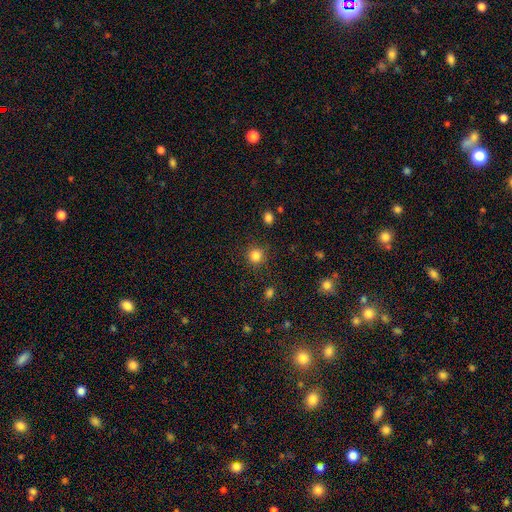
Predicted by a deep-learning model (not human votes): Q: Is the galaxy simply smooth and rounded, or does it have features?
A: smooth — 83%.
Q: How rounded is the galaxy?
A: round — 92%.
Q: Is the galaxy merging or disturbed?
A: none — 87%.